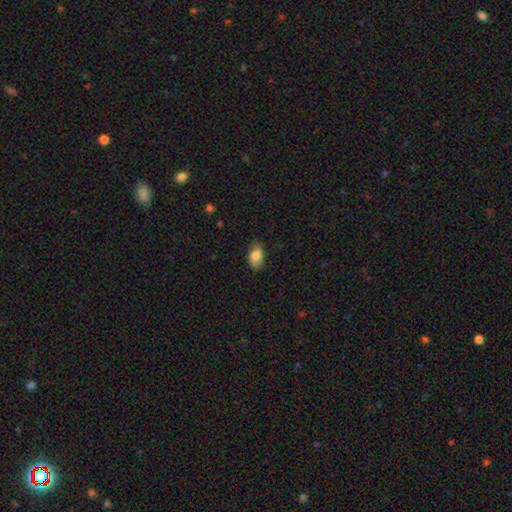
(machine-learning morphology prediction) smooth-or-featured: smooth: 77% | featured or disk: 16% | star or artifact: 7%
  how-rounded: in between: 90% | round: 8% | cigar-shaped: 2%
  merging: none: 78% | minor disturbance: 17% | major disturbance: 4% | merger: 1%